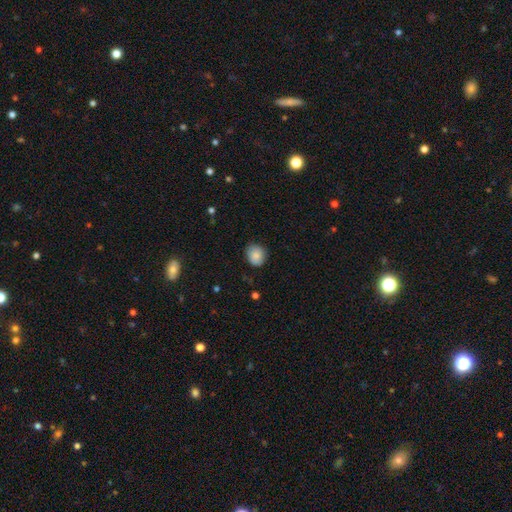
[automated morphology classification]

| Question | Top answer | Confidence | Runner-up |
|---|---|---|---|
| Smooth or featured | smooth | 86% | star or artifact (8%) |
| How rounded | round | 76% | in between (23%) |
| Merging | none | 82% | minor disturbance (14%) |